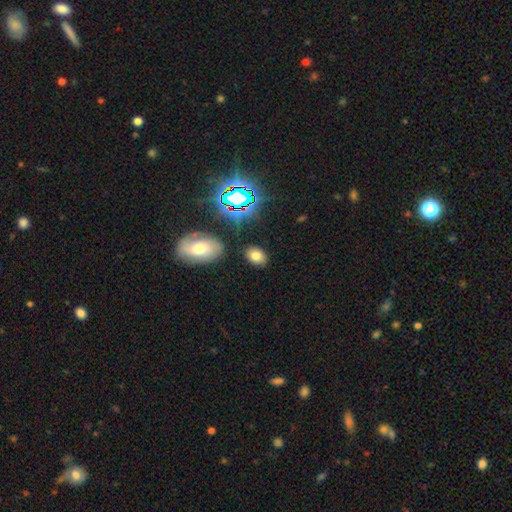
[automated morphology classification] Smooth or featured? Predicted: smooth (p=0.72). How rounded? Predicted: in between (p=0.77). Merging? Predicted: none (p=0.83).